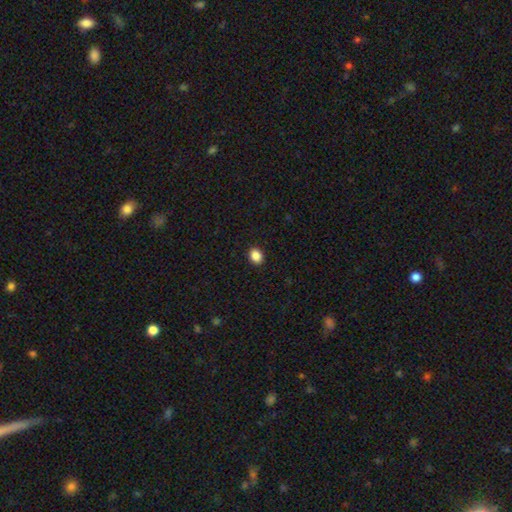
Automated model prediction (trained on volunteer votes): A smooth galaxy with no disk features (88%) that is round (50%). Merging: none (92%).